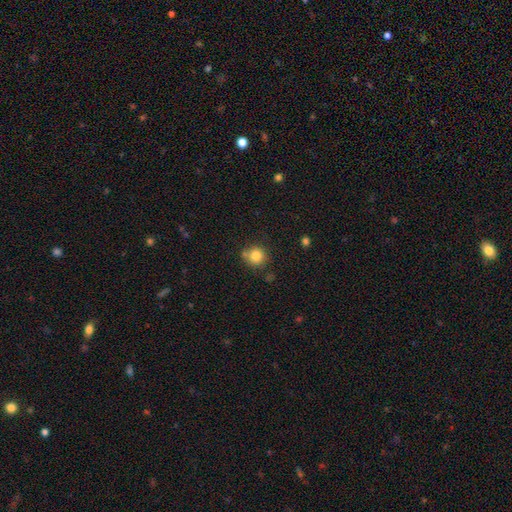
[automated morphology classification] type=smooth (82%); roundness=round (91%); merging=none (73%).